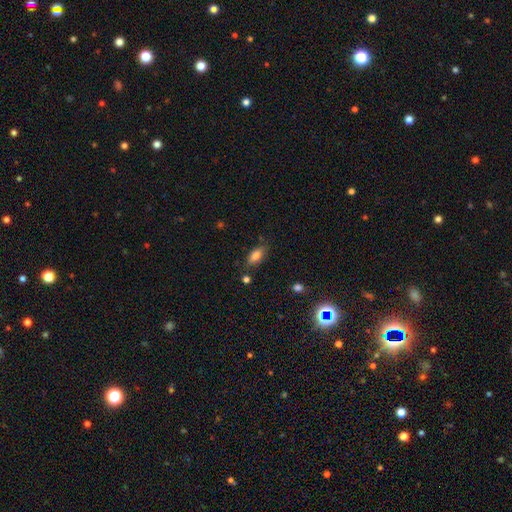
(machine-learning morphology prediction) Q: Smooth or featured?
A: smooth (81%); runner-up: featured or disk (10%)
Q: How rounded?
A: in between (84%); runner-up: cigar-shaped (13%)
Q: Merging?
A: none (77%); runner-up: minor disturbance (16%)